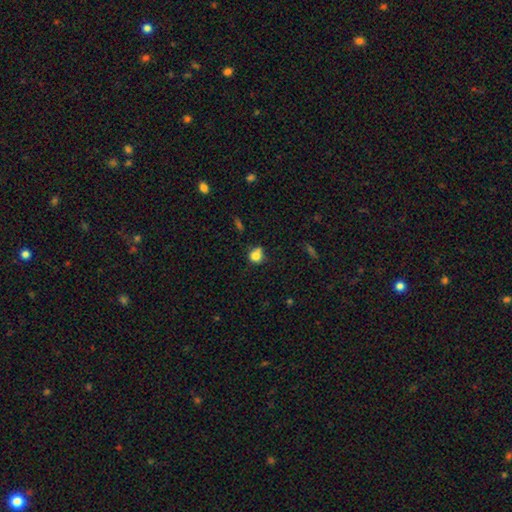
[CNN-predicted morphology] The model was most divided on "merging": none: 53%, minor disturbance: 26%, merger: 12%, major disturbance: 9%. More confident: smooth or featured — smooth (79%); how rounded — round (77%).